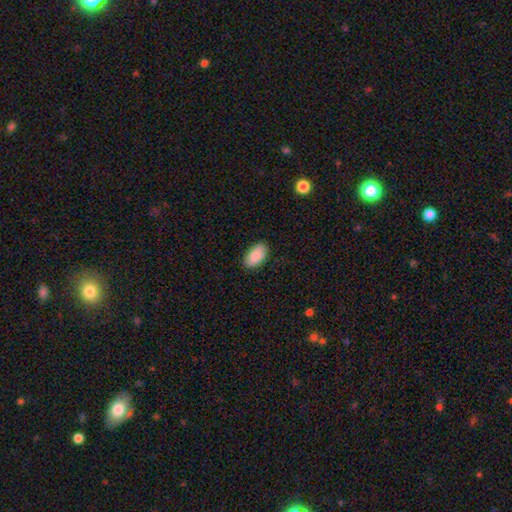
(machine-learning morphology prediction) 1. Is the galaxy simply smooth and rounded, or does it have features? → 89% smooth, 6% star or artifact, 5% featured or disk.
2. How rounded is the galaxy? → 95% in between, 3% round, 2% cigar-shaped.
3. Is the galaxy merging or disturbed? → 87% none, 10% minor disturbance, 2% major disturbance, 1% merger.